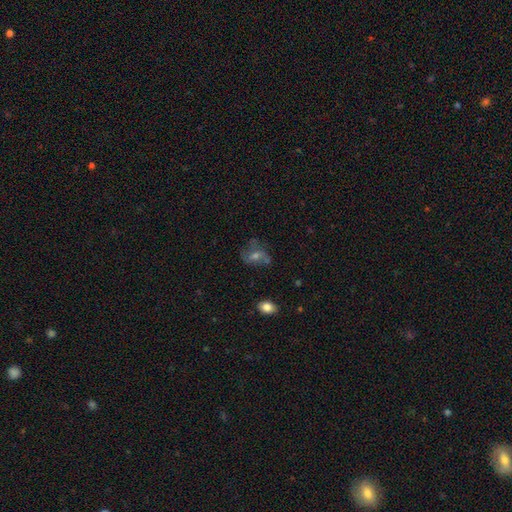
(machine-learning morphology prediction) A featured or disk galaxy (53%) with no bar (58%), spiral arms (69%) and a moderate central bulge (48%).

Vote fractions:
- Smooth or featured? featured or disk: 53% / smooth: 27% / star or artifact: 20%
- Edge-on disk? no: 95% / yes: 5%
- Bar? no: 58% / weak: 33% / strong: 9%
- Spiral arms? yes: 69% / no: 31%
- Bulge size? moderate: 48% / small: 38% / none: 7% / large: 5% / dominant: 1%
- Merging? none: 59% / minor disturbance: 20% / major disturbance: 16% / merger: 4%